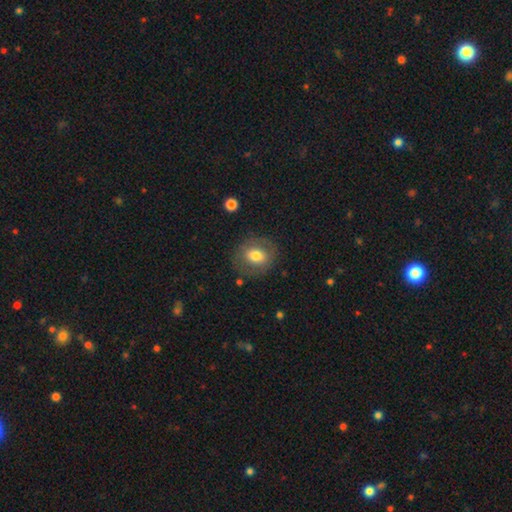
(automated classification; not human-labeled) Overall: smooth (68%). How rounded: round (66%; in between 33%). Merging: none (80%).